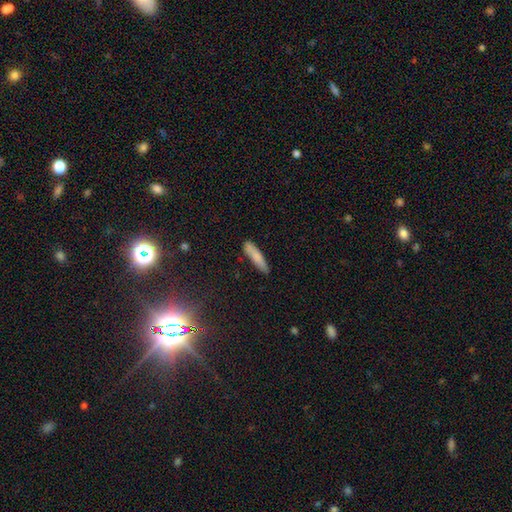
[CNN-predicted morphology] A smooth galaxy with no disk features (82%) that is cigar-shaped (81%). Merging: none (82%).